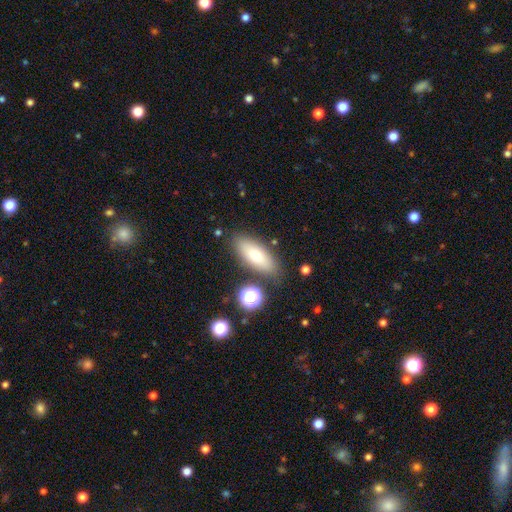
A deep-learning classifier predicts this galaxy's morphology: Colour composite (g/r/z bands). It shows a smooth galaxy with no disk features (73%) that is in between round and cigar-shaped (73%). Merging: none (80%).